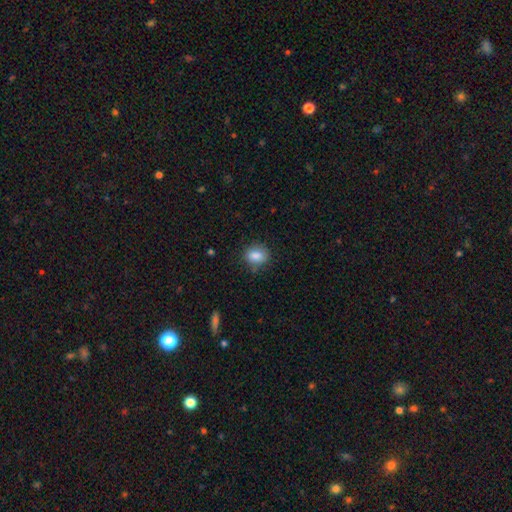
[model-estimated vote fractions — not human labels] This is clearly a smooth galaxy (85%). How rounded: possibly in between (53%). Merging: likely none (79%).